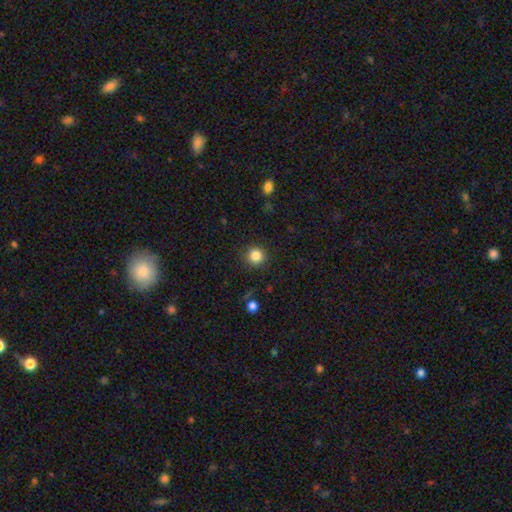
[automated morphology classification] A smooth galaxy with no disk features (84%) that is round (93%). Merging: none (89%).